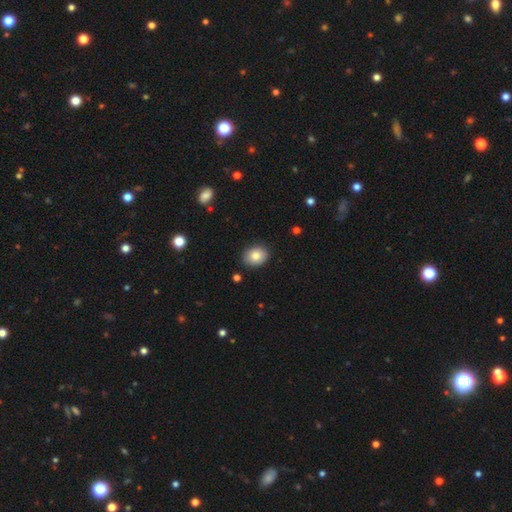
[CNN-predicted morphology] This appears to be a smooth galaxy with no disk features (83%) that is in between round and cigar-shaped (51%). Merging: none (87%).